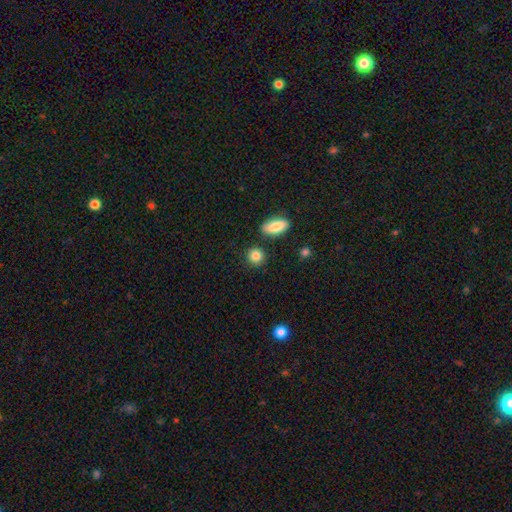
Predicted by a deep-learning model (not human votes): smooth 85%, star or artifact 9%, featured or disk 6%. Down the decision tree: how rounded — round (84%); merging — none (84%).